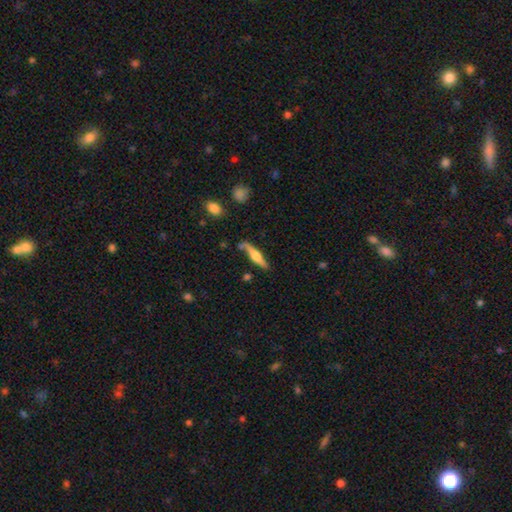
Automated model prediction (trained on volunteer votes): smooth-or-featured: featured or disk: 56% | smooth: 38% | star or artifact: 6%
  disk-edge-on: yes: 89% | no: 11%
  merging: none: 68% | minor disturbance: 21% | major disturbance: 6% | merger: 5%